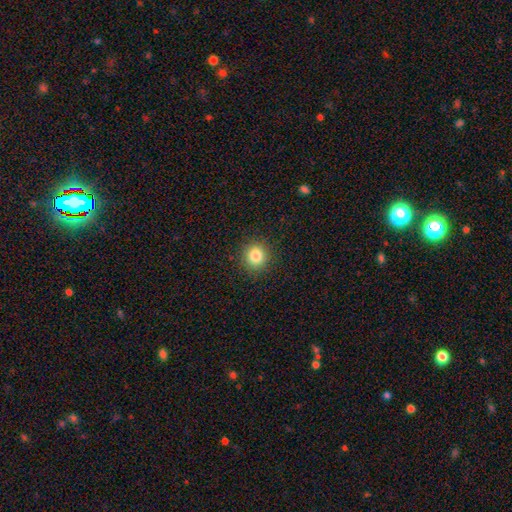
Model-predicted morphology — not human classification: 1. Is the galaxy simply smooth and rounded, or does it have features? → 83% smooth, 11% star or artifact, 6% featured or disk.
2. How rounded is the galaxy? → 90% round, 9% in between, 1% cigar-shaped.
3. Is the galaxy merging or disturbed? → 91% none, 6% minor disturbance, 2% major disturbance, 1% merger.